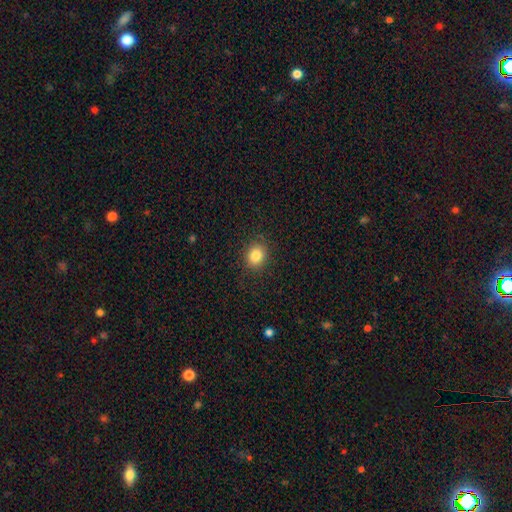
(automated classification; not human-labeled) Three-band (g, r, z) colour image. It shows a smooth galaxy with no disk features (83%) that is round (68%). Merging: none (88%).